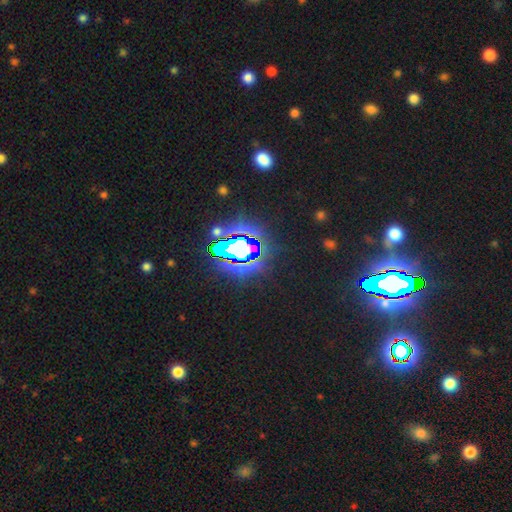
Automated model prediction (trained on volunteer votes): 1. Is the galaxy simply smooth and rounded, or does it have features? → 84% star or artifact, 9% smooth, 6% featured or disk.